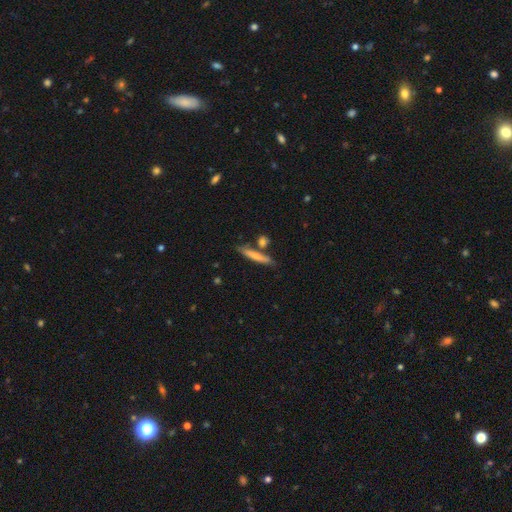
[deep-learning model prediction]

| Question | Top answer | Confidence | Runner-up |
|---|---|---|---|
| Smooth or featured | smooth | 69% | featured or disk (25%) |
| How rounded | cigar-shaped | 90% | in between (8%) |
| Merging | none | 75% | minor disturbance (12%) |